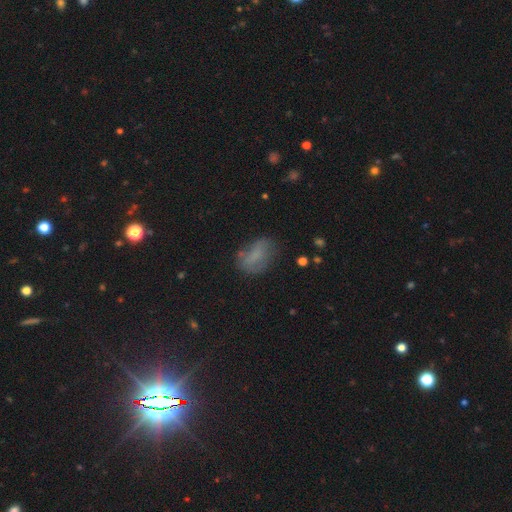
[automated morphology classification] smooth_or_featured: smooth (p=0.64) [alt: featured or disk p=0.22]
how_rounded: in between (p=0.83) [alt: round p=0.13]
merging: none (p=0.52) [alt: minor disturbance p=0.27]